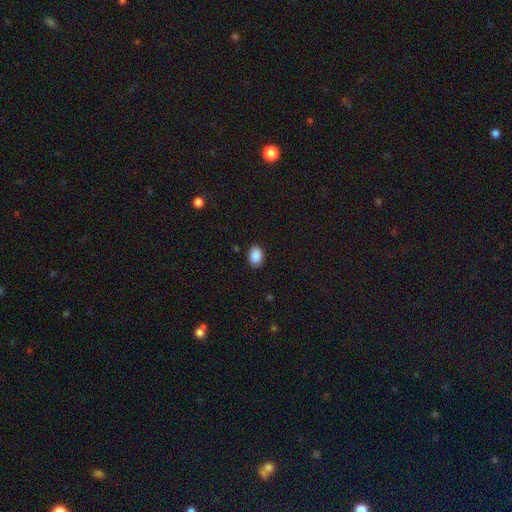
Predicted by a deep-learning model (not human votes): smooth 90%, star or artifact 7%, featured or disk 3%. Down the decision tree: how rounded — in between (80%); merging — none (88%).